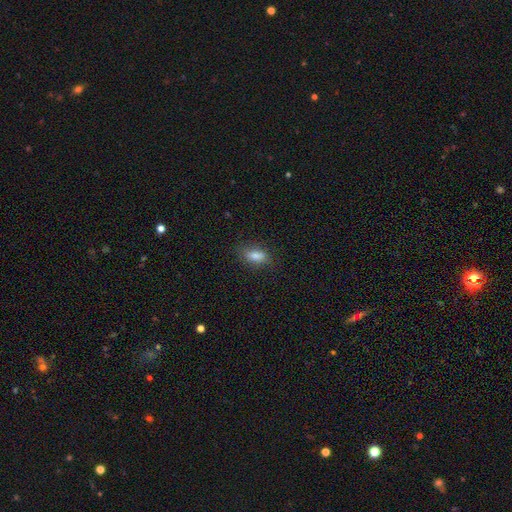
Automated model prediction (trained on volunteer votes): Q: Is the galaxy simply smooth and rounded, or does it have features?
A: smooth — 80%.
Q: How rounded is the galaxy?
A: in between — 81%.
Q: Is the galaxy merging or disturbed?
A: none — 79%.